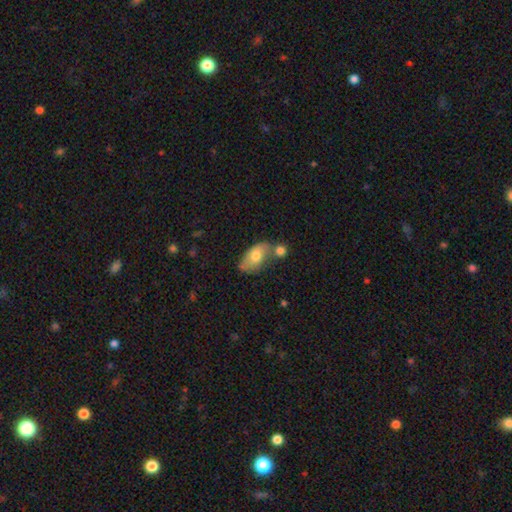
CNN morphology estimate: Smooth or featured: smooth — 70% (featured or disk — 23%)
How rounded: in between — 90% (round — 7%)
Merging: none — 43% (merger — 33%)